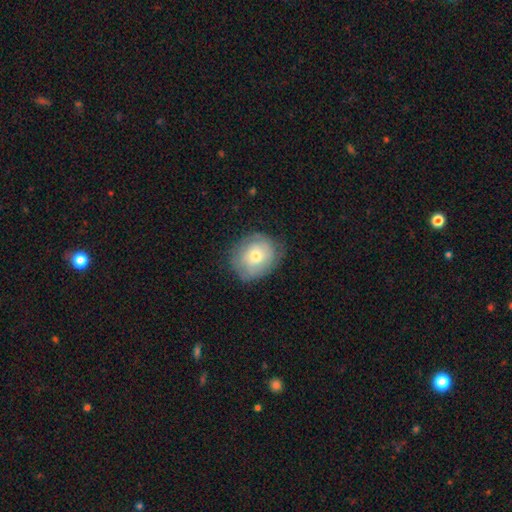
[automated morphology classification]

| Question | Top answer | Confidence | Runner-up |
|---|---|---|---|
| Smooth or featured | smooth | 57% | featured or disk (36%) |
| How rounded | round | 69% | in between (30%) |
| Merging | none | 73% | minor disturbance (20%) |